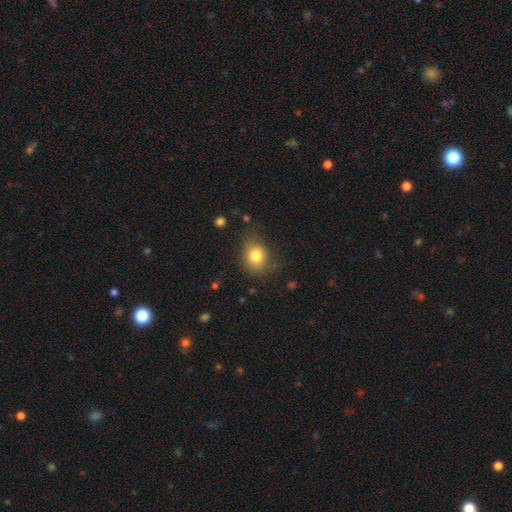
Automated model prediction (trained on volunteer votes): Smooth or featured? smooth (80%)
How rounded? round (51%)
Merging? none (64%)